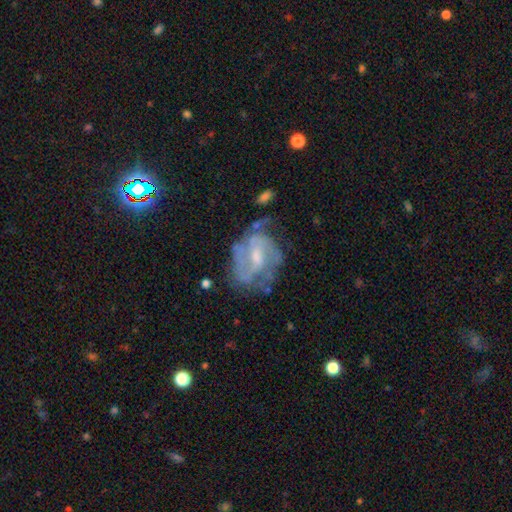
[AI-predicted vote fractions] Q: Smooth or featured?
A: featured or disk (76%); runner-up: smooth (16%)
Q: Edge-on disk?
A: no (97%); runner-up: yes (3%)
Q: Bar?
A: weak (54%); runner-up: no (31%)
Q: Spiral arms?
A: yes (78%); runner-up: no (22%)
Q: Spiral winding?
A: medium (45%); runner-up: tight (34%)
Q: Spiral arm count?
A: 2 (41%); runner-up: can't tell (32%)
Q: Bulge size?
A: moderate (44%); runner-up: small (39%)
Q: Merging?
A: none (49%); runner-up: minor disturbance (25%)